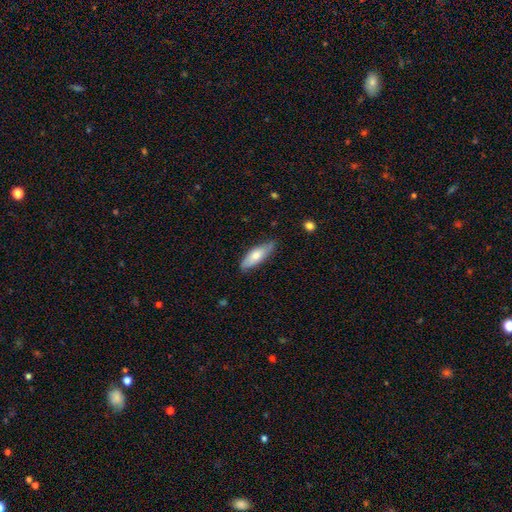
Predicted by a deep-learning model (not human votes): Smooth or featured?
  - smooth: 66% *
  - featured or disk: 29%
  - star or artifact: 6%
How rounded?
  - in between: 62% *
  - cigar-shaped: 36%
  - round: 2%
Merging?
  - none: 75% *
  - minor disturbance: 20%
  - major disturbance: 3%
  - merger: 1%